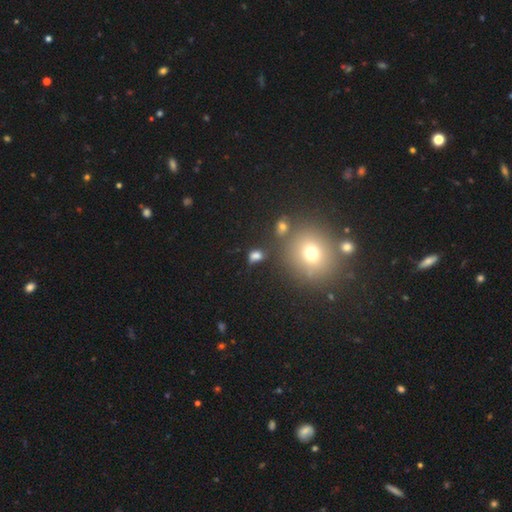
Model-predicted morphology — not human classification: smooth_or_featured: smooth (p=0.72) [alt: star or artifact p=0.19]
how_rounded: in between (p=0.66) [alt: round p=0.30]
merging: none (p=0.64) [alt: minor disturbance p=0.16]